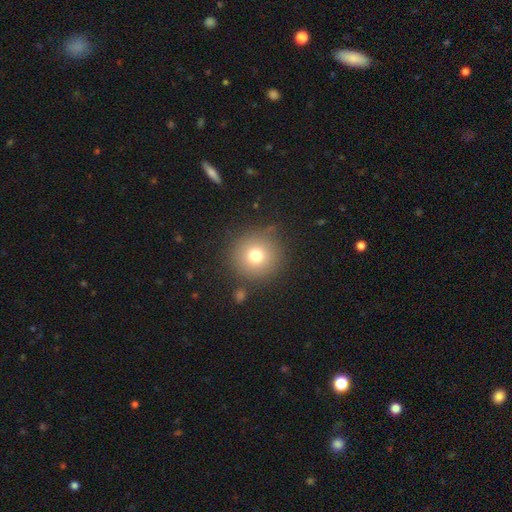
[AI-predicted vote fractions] Q: Smooth or featured?
A: smooth (74%); runner-up: star or artifact (14%)
Q: How rounded?
A: round (95%); runner-up: in between (4%)
Q: Merging?
A: none (83%); runner-up: minor disturbance (9%)